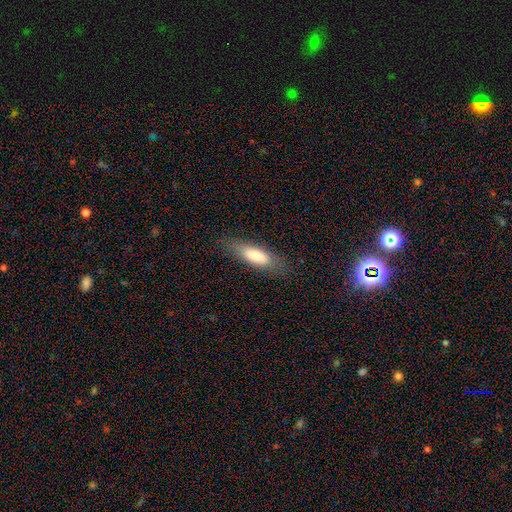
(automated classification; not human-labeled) This is likely a smooth galaxy (78%). How rounded: possibly in between (57%). Merging: likely none (76%).